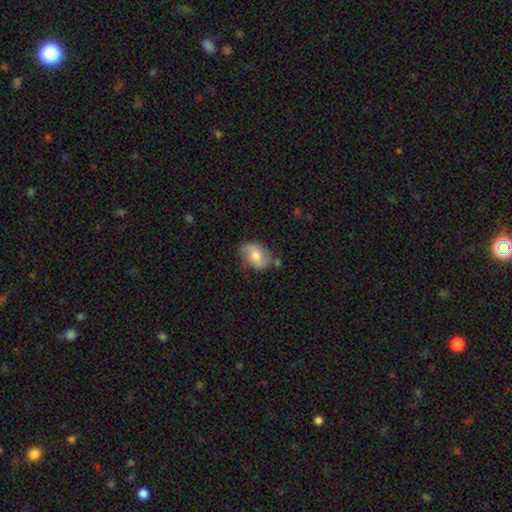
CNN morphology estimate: Q: Smooth or featured?
A: smooth (68%); runner-up: featured or disk (25%)
Q: How rounded?
A: in between (85%); runner-up: round (13%)
Q: Merging?
A: none (59%); runner-up: minor disturbance (28%)